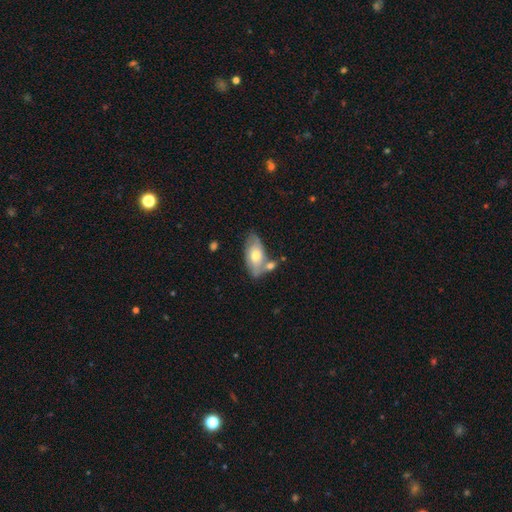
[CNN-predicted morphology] Q: Smooth or featured?
A: smooth (52%); runner-up: featured or disk (42%)
Q: How rounded?
A: in between (90%); runner-up: cigar-shaped (6%)
Q: Merging?
A: none (48%); runner-up: merger (25%)